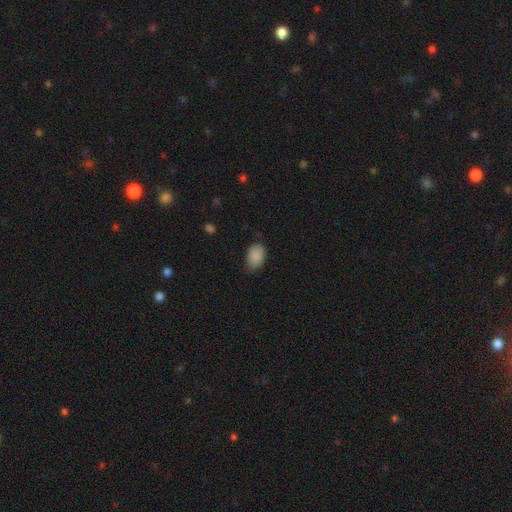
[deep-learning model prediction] smooth 88%, star or artifact 7%, featured or disk 4%. Down the decision tree: how rounded — in between (84%); merging — none (76%).